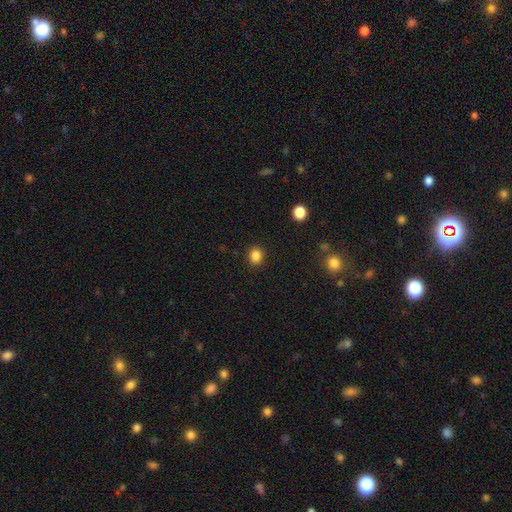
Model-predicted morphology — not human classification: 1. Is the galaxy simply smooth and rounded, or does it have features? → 85% smooth, 11% star or artifact, 4% featured or disk.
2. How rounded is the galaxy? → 72% round, 27% in between, 1% cigar-shaped.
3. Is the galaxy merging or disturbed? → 90% none, 6% minor disturbance, 2% major disturbance, 1% merger.